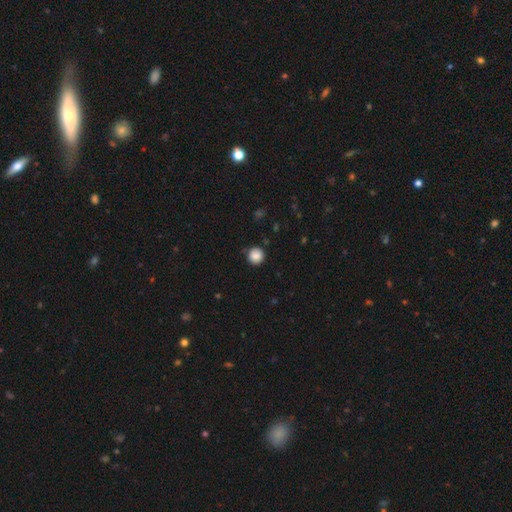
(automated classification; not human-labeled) Smooth or featured? smooth (86%)
How rounded? round (94%)
Merging? none (86%)